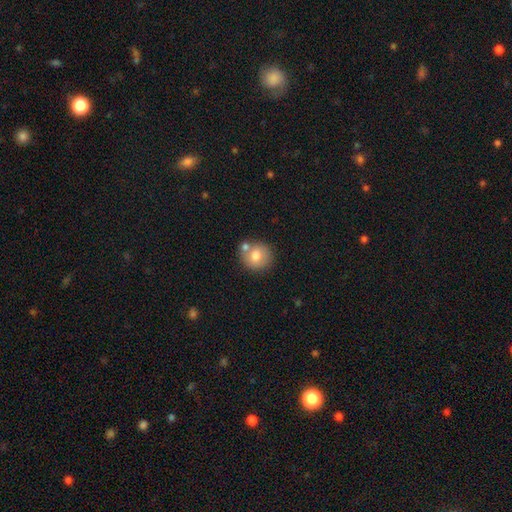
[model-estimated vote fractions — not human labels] This appears to be a smooth galaxy with no disk features (75%) that is round (88%). Merging: none (63%).